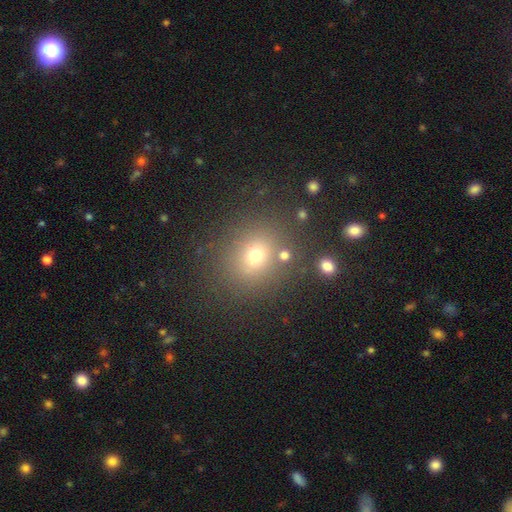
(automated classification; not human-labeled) A smooth galaxy with no disk features (67%) that is round (70%).

Vote fractions:
- Smooth or featured? smooth: 67% / star or artifact: 22% / featured or disk: 11%
- How rounded? round: 70% / in between: 29% / cigar-shaped: 1%
- Merging? none: 80% / minor disturbance: 10% / merger: 6% / major disturbance: 5%